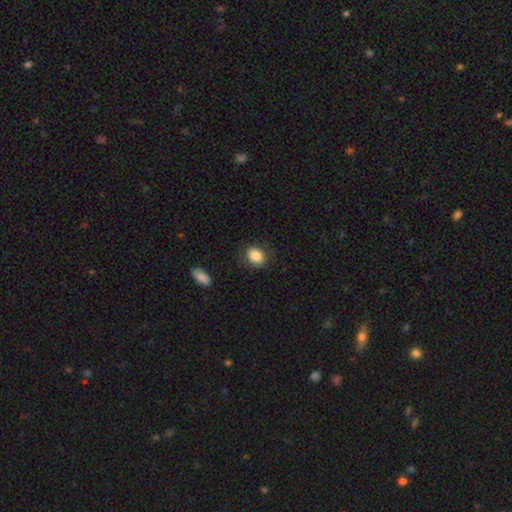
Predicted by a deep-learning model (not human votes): smooth 85%, star or artifact 8%, featured or disk 6%. Down the decision tree: how rounded — in between (57%); merging — none (83%).